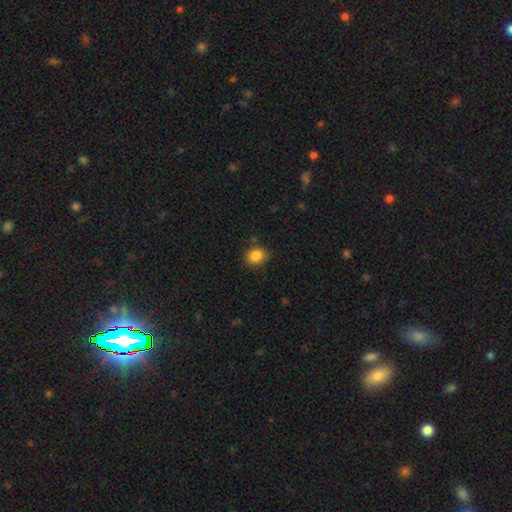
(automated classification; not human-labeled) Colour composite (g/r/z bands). It shows a smooth galaxy with no disk features (85%) that is round (58%). Merging: none (84%).